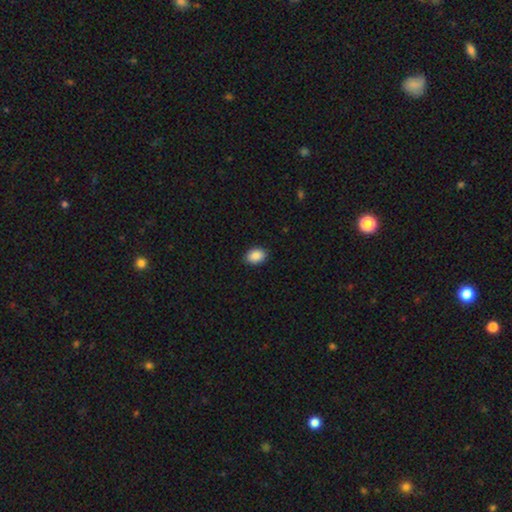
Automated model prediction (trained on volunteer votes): Morphology: type=smooth (90%); roundness=in between (79%); merging=none (88%).